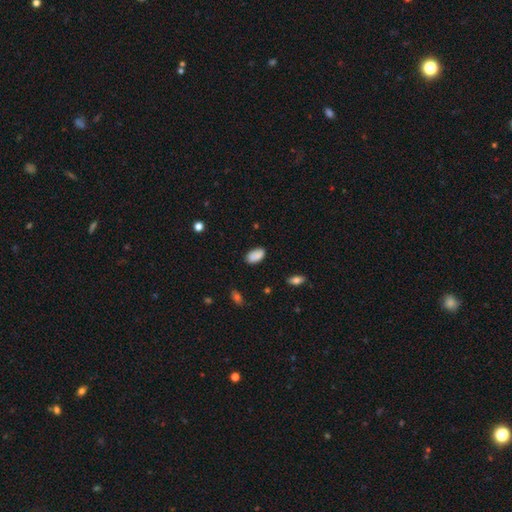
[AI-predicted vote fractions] smooth-or-featured: smooth: 87% | star or artifact: 7% | featured or disk: 6%
  how-rounded: in between: 94% | round: 4% | cigar-shaped: 2%
  merging: none: 82% | minor disturbance: 14% | major disturbance: 3% | merger: 2%